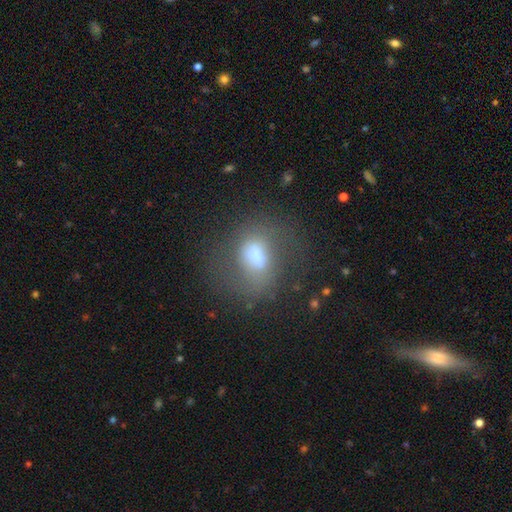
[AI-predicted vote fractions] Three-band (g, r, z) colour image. It shows a smooth galaxy with no disk features (50%) that is in between round and cigar-shaped (65%). Merging: none (50%).